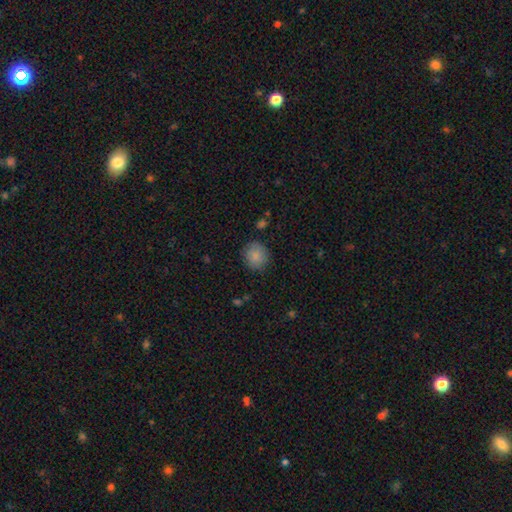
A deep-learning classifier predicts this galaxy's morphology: Smooth or featured? smooth (85%)
How rounded? round (81%)
Merging? none (84%)